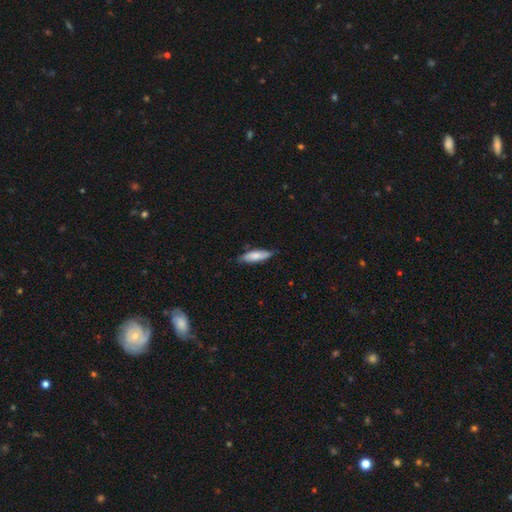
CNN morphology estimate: Smooth or featured? Predicted: smooth (p=0.74). How rounded? Predicted: cigar-shaped (p=0.54). Merging? Predicted: none (p=0.77).